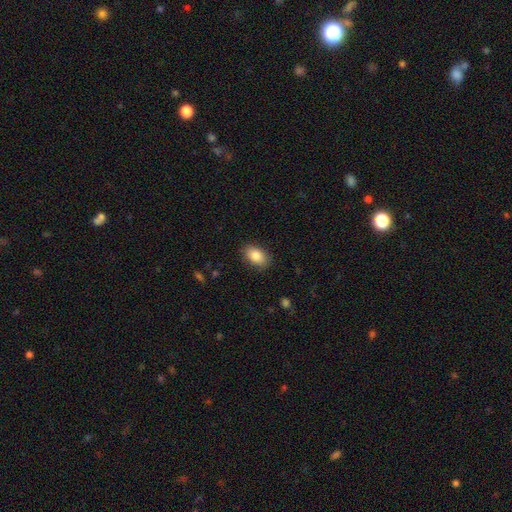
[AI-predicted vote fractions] smooth_or_featured: smooth (p=0.86) [alt: featured or disk p=0.07]
how_rounded: in between (p=0.90) [alt: round p=0.09]
merging: none (p=0.86) [alt: minor disturbance p=0.10]